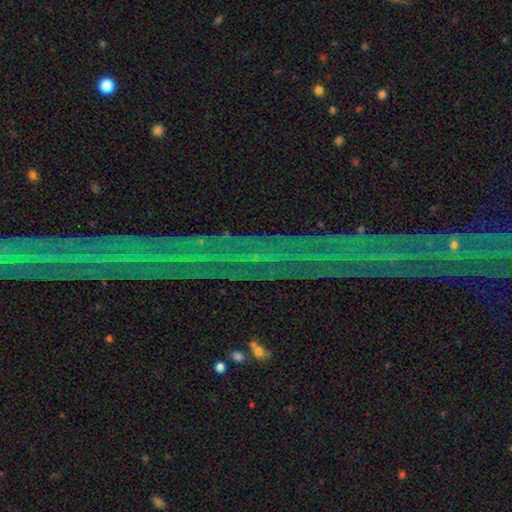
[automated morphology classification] Smooth or featured? Predicted: star or artifact (p=0.83).